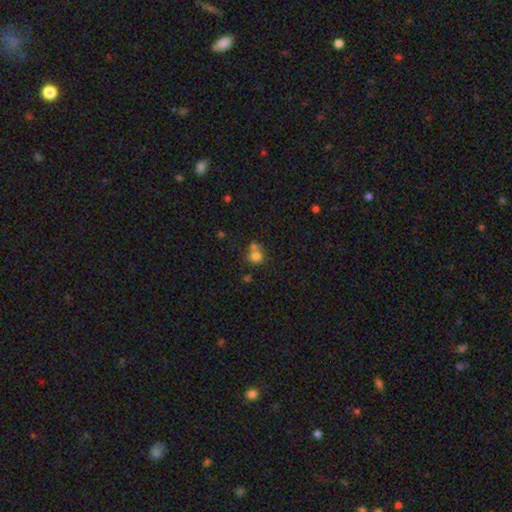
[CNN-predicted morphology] smooth-or-featured: smooth: 76% | star or artifact: 12% | featured or disk: 12%
  how-rounded: round: 79% | in between: 20% | cigar-shaped: 1%
  merging: none: 43% | merger: 38% | minor disturbance: 13% | major disturbance: 6%